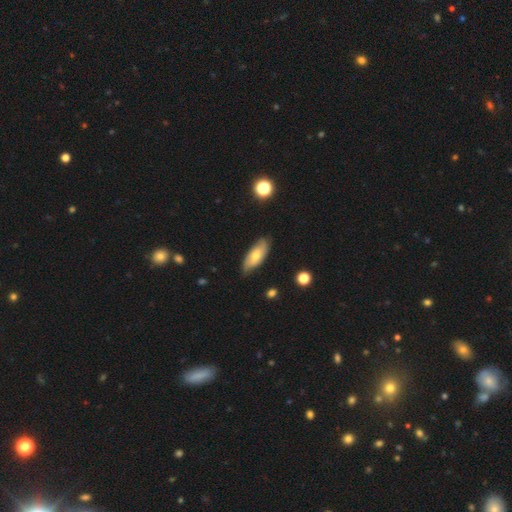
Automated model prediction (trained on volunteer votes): Smooth or featured? Predicted: smooth (p=0.59). How rounded? Predicted: in between (p=0.79). Merging? Predicted: none (p=0.75).